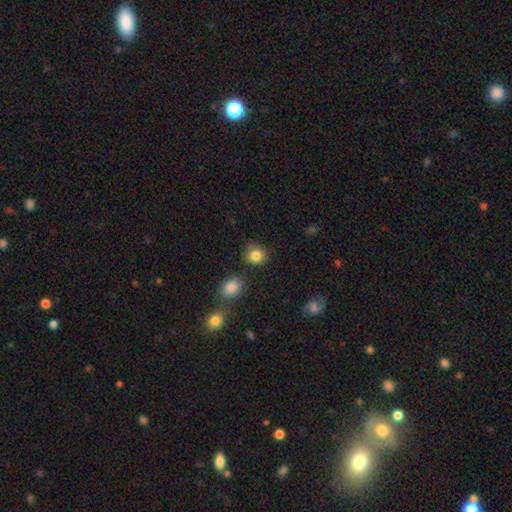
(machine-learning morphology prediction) Overall: smooth (84%). How rounded: round (76%). Merging: none (78%).